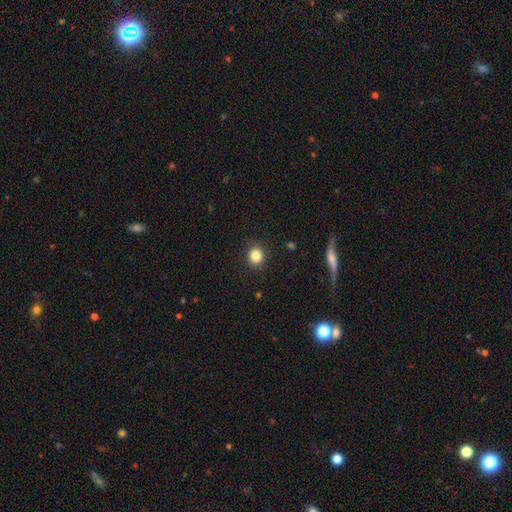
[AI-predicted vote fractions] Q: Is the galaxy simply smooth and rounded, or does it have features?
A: smooth — 84%.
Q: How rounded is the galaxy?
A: round — 77%.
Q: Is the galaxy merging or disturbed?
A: none — 88%.